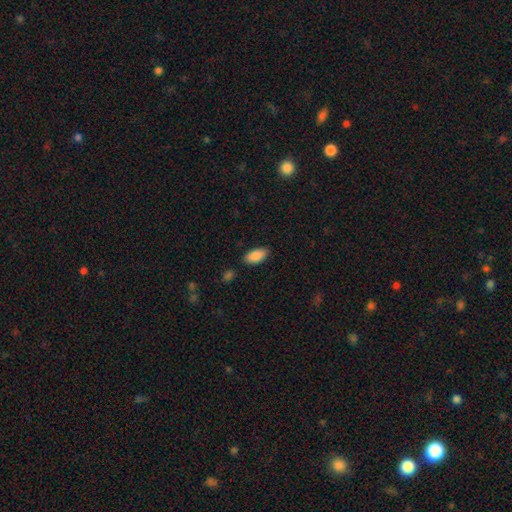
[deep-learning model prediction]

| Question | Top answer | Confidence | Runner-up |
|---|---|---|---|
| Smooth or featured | smooth | 89% | star or artifact (7%) |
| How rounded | in between | 92% | cigar-shaped (6%) |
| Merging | none | 84% | minor disturbance (11%) |